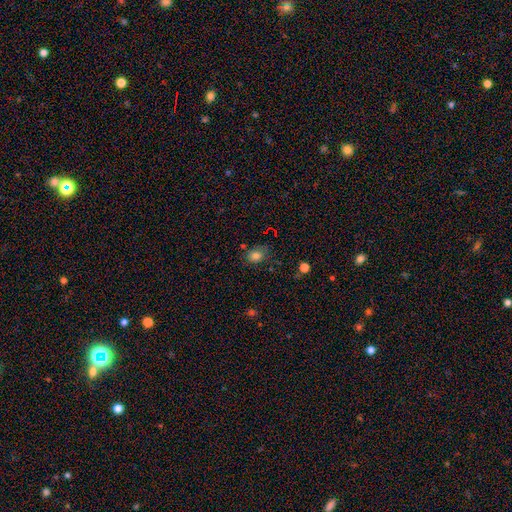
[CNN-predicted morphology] This appears to be a smooth galaxy with no disk features (80%) that is in between round and cigar-shaped (59%). Merging: none (69%).